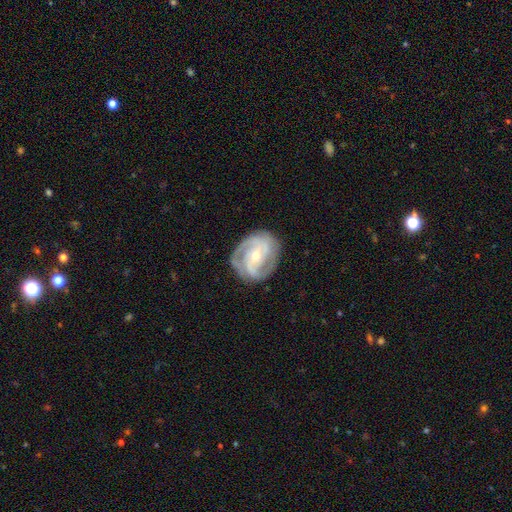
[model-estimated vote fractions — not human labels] featured or disk 87%, smooth 8%, star or artifact 5%. Down the decision tree: edge-on disk — no (97%); bar — no (49%); spiral arms — yes (96%); spiral arm count — 2 (53%); spiral winding — tight (52%); bulge size — small (53%); merging — none (78%).